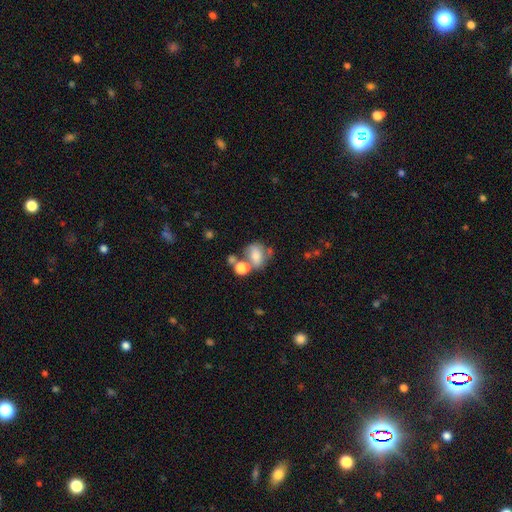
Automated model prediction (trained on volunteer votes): smooth-or-featured: smooth: 64% | featured or disk: 25% | star or artifact: 11%
  how-rounded: in between: 59% | round: 39% | cigar-shaped: 2%
  merging: merger: 40% | none: 33% | minor disturbance: 15% | major disturbance: 12%